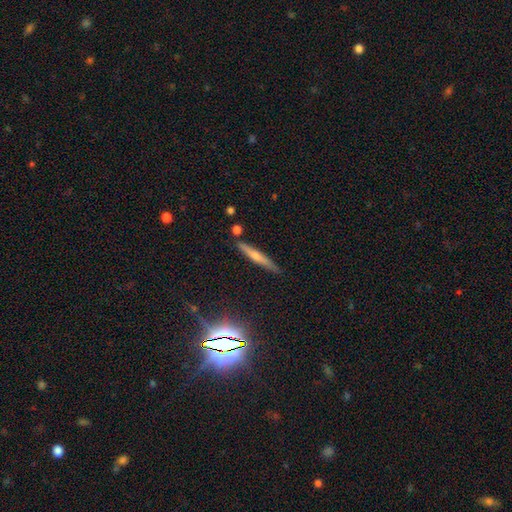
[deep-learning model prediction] A smooth galaxy with no disk features (50%).

Vote fractions:
- Smooth or featured? smooth: 50% / featured or disk: 41% / star or artifact: 9%
- Merging? none: 83% / minor disturbance: 11% / merger: 4% / major disturbance: 2%